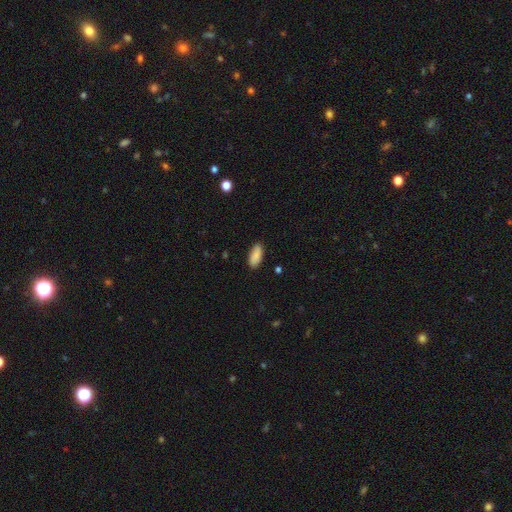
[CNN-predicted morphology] smooth-or-featured: smooth: 89% | star or artifact: 6% | featured or disk: 4%
  how-rounded: in between: 86% | cigar-shaped: 13% | round: 2%
  merging: none: 86% | minor disturbance: 11% | major disturbance: 2% | merger: 1%